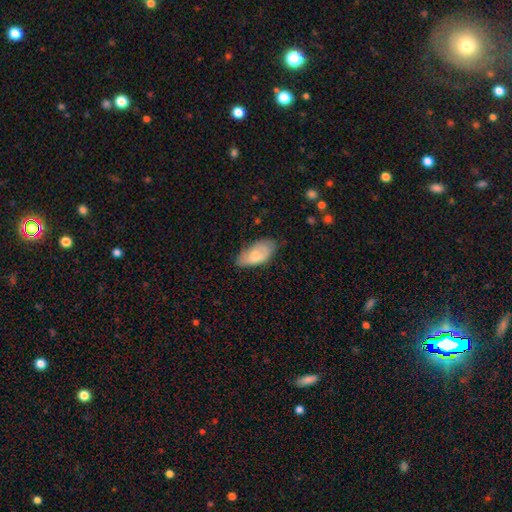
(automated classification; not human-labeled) Q: Smooth or featured?
A: smooth (65%); runner-up: featured or disk (28%)
Q: How rounded?
A: in between (92%); runner-up: cigar-shaped (5%)
Q: Merging?
A: none (64%); runner-up: minor disturbance (29%)